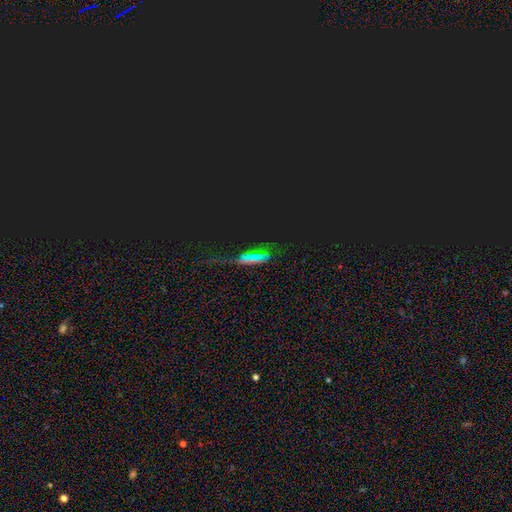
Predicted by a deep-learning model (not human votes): Morphology: type=star or artifact (63%).